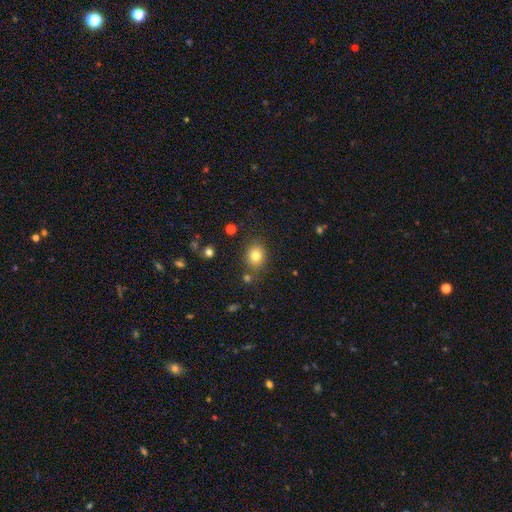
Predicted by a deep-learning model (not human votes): Morphology: type=smooth (80%); roundness=round (61%); merging=none (80%).